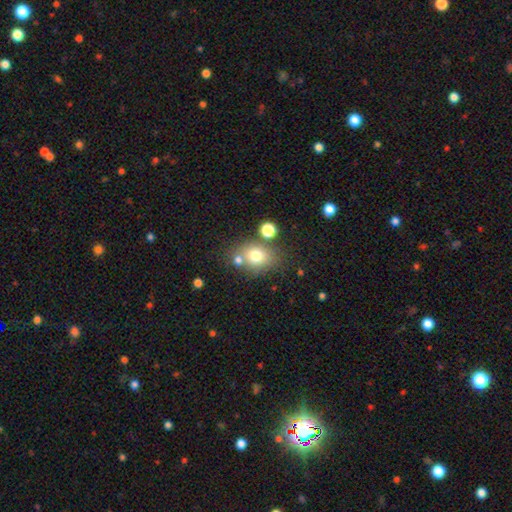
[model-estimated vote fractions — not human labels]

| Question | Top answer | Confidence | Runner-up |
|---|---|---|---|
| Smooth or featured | smooth | 72% | featured or disk (15%) |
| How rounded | in between | 51% | round (48%) |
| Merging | none | 61% | merger (19%) |